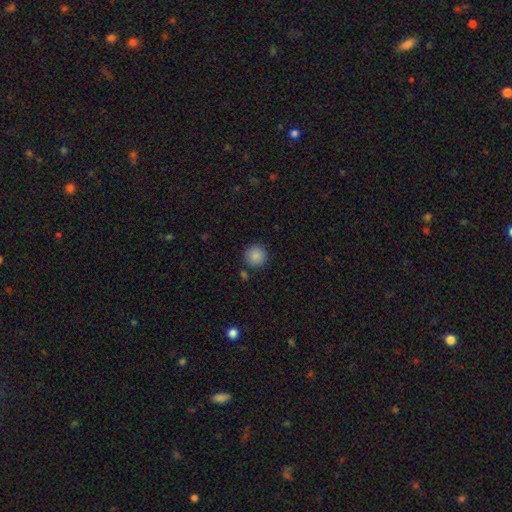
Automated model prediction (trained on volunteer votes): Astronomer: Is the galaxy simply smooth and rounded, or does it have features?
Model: smooth — 87%.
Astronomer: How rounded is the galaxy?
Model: round — 94%.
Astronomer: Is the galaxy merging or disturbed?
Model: none — 86%.